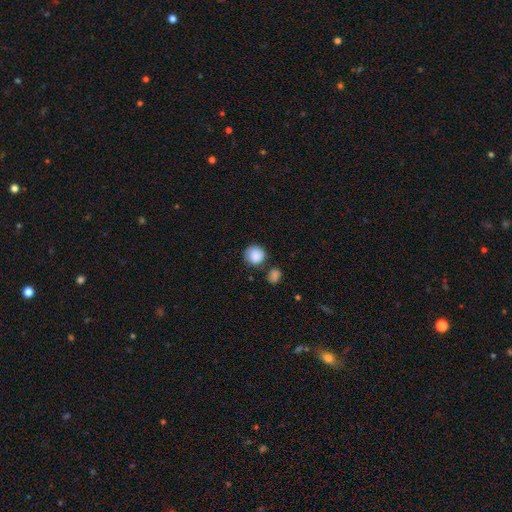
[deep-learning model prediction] smooth_or_featured: smooth (p=0.87) [alt: star or artifact p=0.08]
how_rounded: round (p=0.91) [alt: in between p=0.08]
merging: none (p=0.71) [alt: minor disturbance p=0.15]